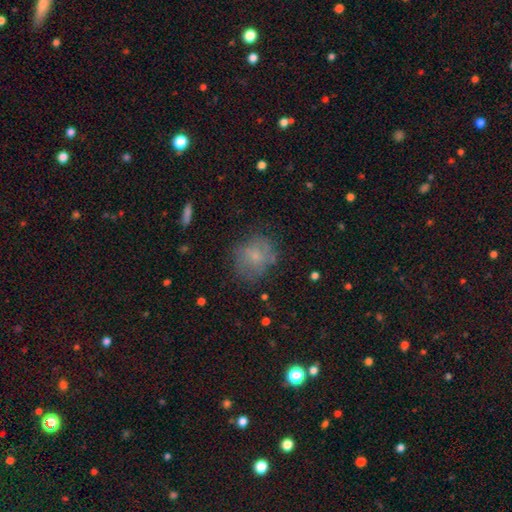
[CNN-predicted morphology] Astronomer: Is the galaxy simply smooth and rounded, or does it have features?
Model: smooth — 60%.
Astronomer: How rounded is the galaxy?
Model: round — 73%.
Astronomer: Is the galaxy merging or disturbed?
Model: none — 64%.